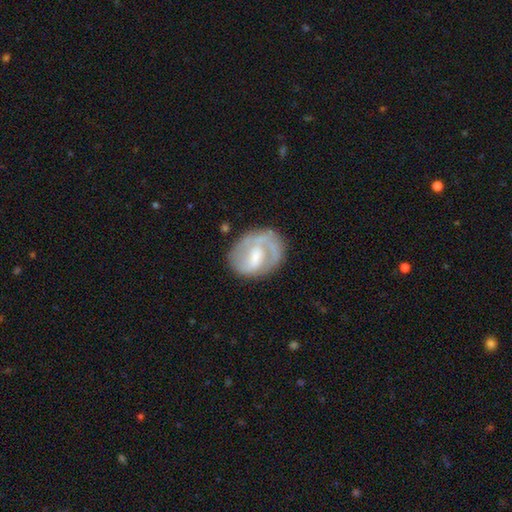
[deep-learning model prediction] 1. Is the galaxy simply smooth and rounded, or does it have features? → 71% featured or disk, 23% smooth, 6% star or artifact.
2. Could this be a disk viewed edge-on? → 97% no, 3% yes.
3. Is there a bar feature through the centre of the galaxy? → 50% weak, 26% no, 24% strong.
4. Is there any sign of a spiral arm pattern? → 83% yes, 17% no.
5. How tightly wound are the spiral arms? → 41% medium, 37% tight, 22% loose.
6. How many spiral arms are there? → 49% 2, 30% 1, 15% can't tell, 4% 3, 1% 4, 1% more than 4.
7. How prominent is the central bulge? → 42% moderate, 35% small, 12% none, 9% large, 2% dominant.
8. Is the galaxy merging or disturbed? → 67% none, 19% minor disturbance, 12% major disturbance, 2% merger.